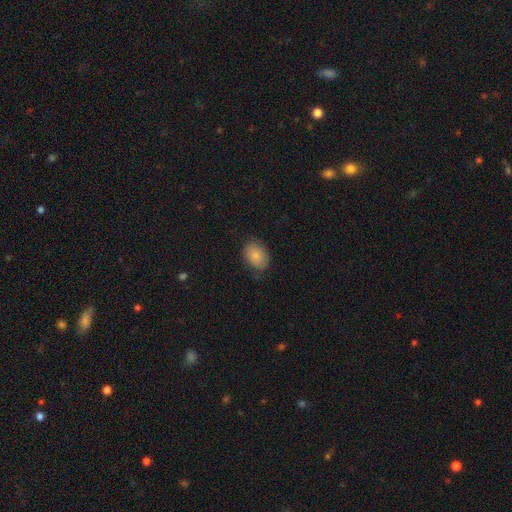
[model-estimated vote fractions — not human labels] Smooth or featured?
  - smooth: 80% *
  - featured or disk: 13%
  - star or artifact: 7%
How rounded?
  - in between: 77% *
  - round: 22%
  - cigar-shaped: 1%
Merging?
  - none: 76% *
  - minor disturbance: 19%
  - major disturbance: 4%
  - merger: 1%